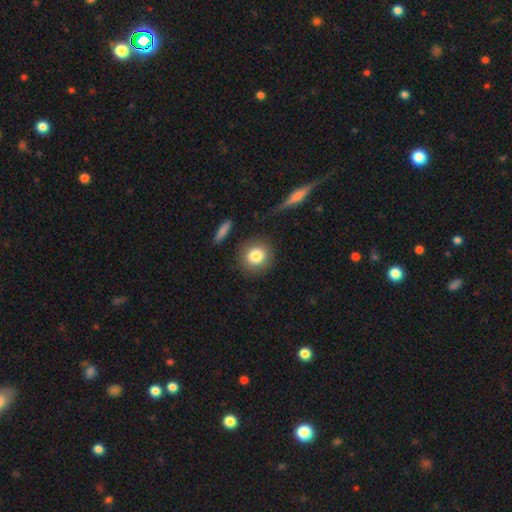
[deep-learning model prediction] This appears to be a smooth galaxy with no disk features (83%) that is round (86%). Merging: none (85%).